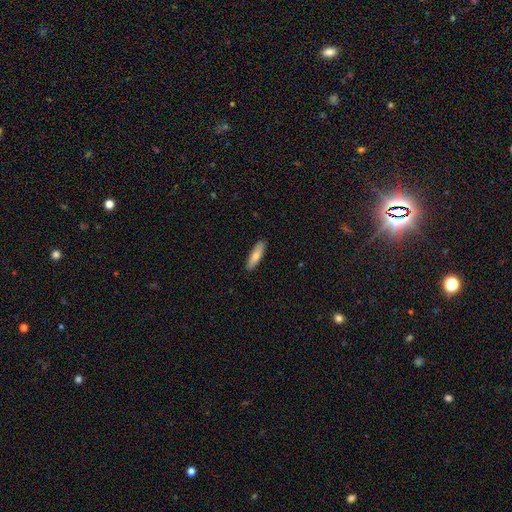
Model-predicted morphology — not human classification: Overall: smooth (74%). How rounded: cigar-shaped (64%; in between 34%). Merging: none (89%).